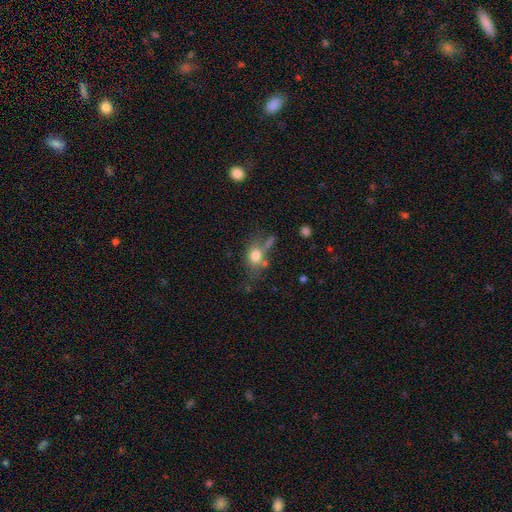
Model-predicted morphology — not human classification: Overall: smooth (73%). How rounded: in between (60%; round 35%). Merging: none (50%; minor disturbance 21%).